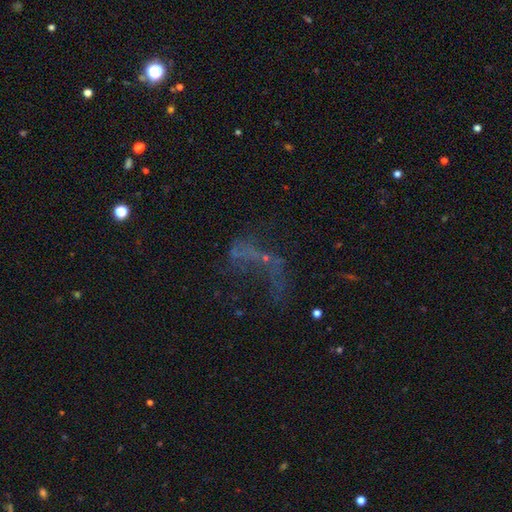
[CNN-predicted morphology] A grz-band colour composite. It shows a featured or disk galaxy (43%). Merging: major disturbance (42%).